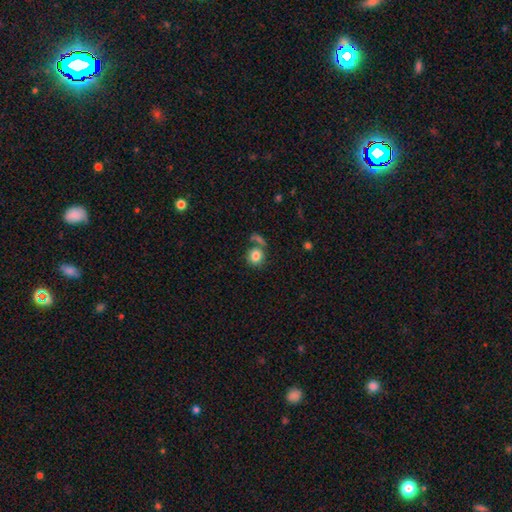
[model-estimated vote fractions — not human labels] smooth-or-featured: smooth: 81% | star or artifact: 9% | featured or disk: 9%
  how-rounded: round: 80% | in between: 19% | cigar-shaped: 1%
  merging: none: 60% | merger: 20% | minor disturbance: 13% | major disturbance: 7%